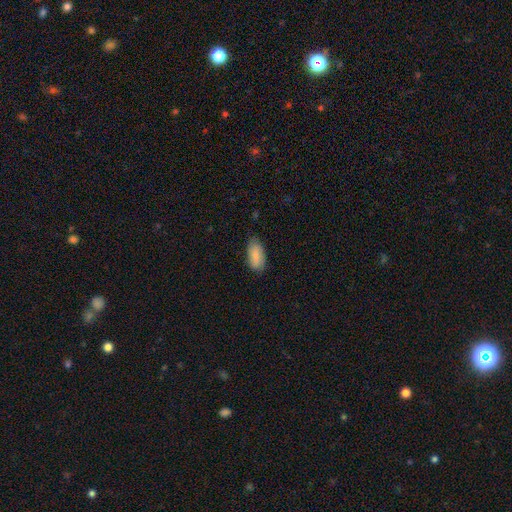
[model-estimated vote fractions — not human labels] A smooth galaxy with no disk features (83%) that is in between round and cigar-shaped (90%). Merging: none (75%).